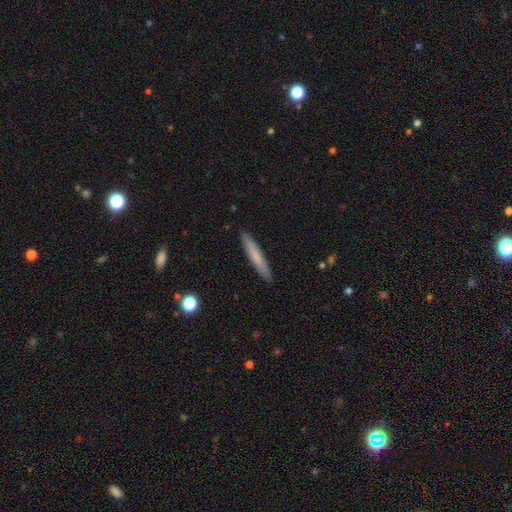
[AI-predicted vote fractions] Morphology: type=smooth (71%); roundness=cigar-shaped (94%); merging=none (91%).